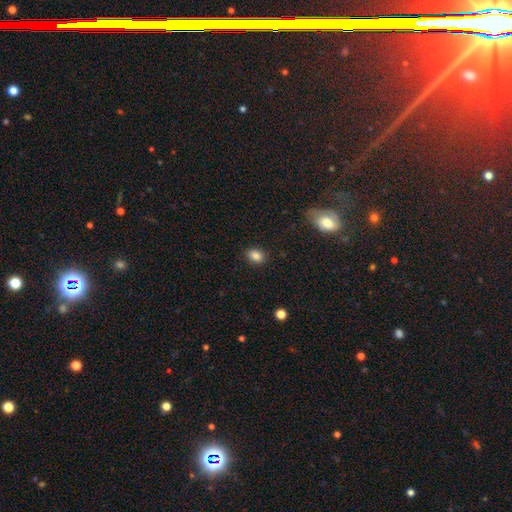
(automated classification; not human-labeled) A smooth galaxy with no disk features (85%) that is in between round and cigar-shaped (57%). Merging: none (88%).